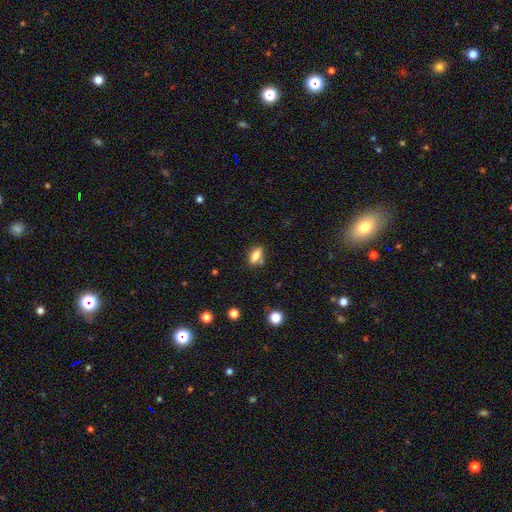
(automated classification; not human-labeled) This is likely a smooth galaxy (78%). How rounded: likely in between (77%). Merging: likely none (68%).